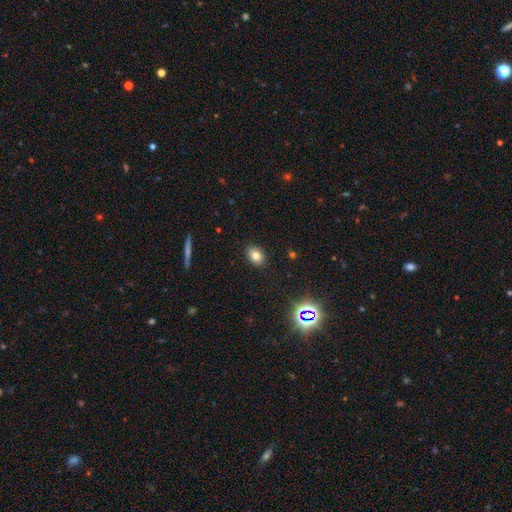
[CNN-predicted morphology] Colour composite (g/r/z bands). It shows a smooth galaxy with no disk features (78%) that is in between round and cigar-shaped (76%). Merging: none (89%).